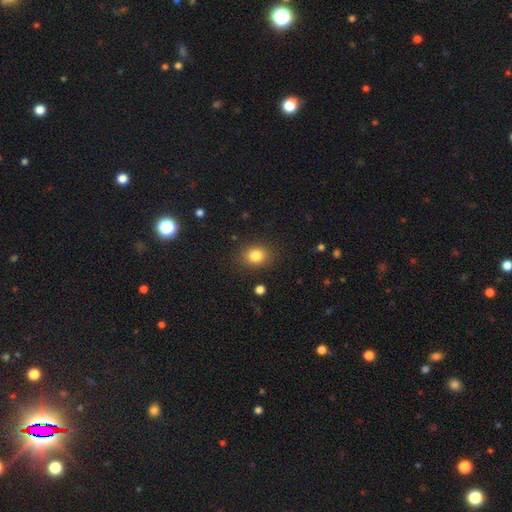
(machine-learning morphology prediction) This appears to be a smooth galaxy with no disk features (82%) that is round (55%). Merging: none (86%).